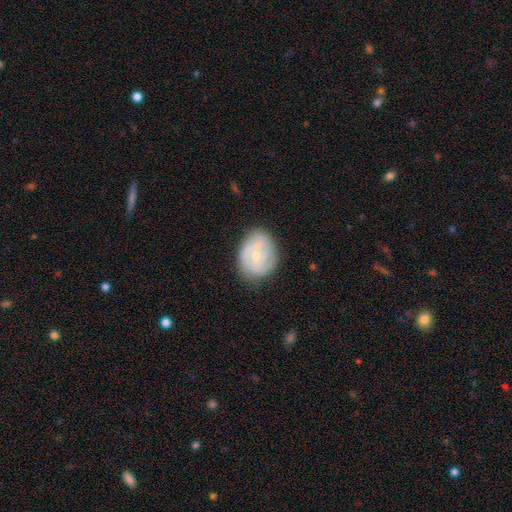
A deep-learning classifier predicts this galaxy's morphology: Overall: featured or disk (63%; smooth 30%). Edge-on disk: no (97%). Bar: no (77%). Spiral arms: yes (71%). Bulge size: small (66%; moderate 30%). Merging: none (67%).